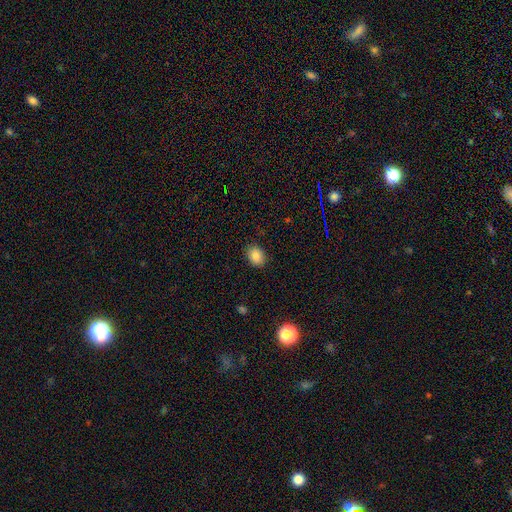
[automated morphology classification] Smooth or featured: smooth — 85% (star or artifact — 10%)
How rounded: in between — 57% (round — 42%)
Merging: none — 88% (minor disturbance — 9%)